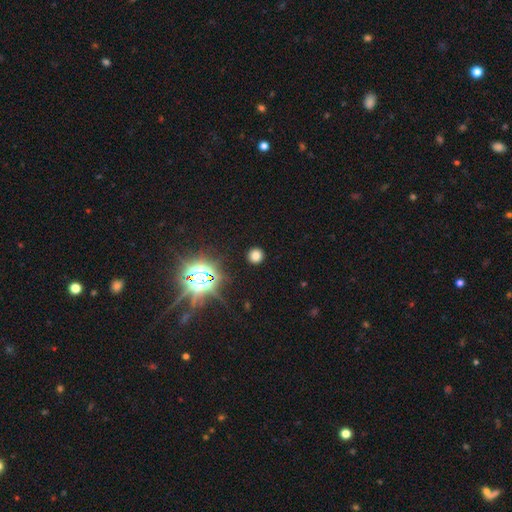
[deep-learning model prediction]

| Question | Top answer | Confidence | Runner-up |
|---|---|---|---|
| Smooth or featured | smooth | 73% | star or artifact (21%) |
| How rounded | round | 90% | in between (9%) |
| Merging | none | 90% | minor disturbance (6%) |